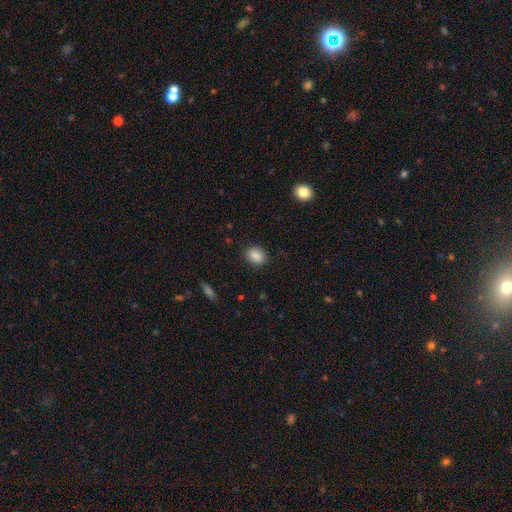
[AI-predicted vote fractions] This appears to be a smooth galaxy with no disk features (88%) that is in between round and cigar-shaped (60%). Merging: none (87%).